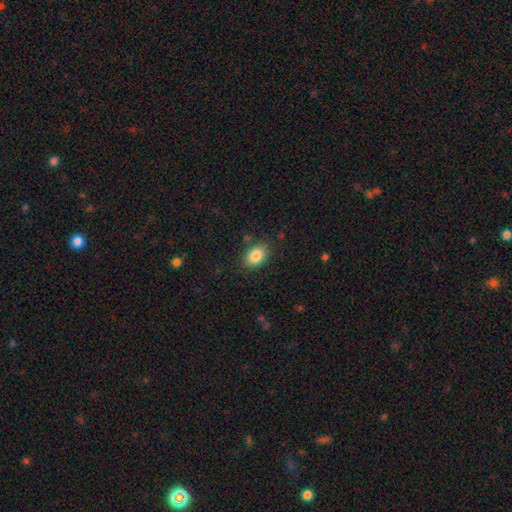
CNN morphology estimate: Q: Smooth or featured?
A: smooth (85%); runner-up: star or artifact (8%)
Q: How rounded?
A: in between (80%); runner-up: round (19%)
Q: Merging?
A: none (83%); runner-up: minor disturbance (12%)